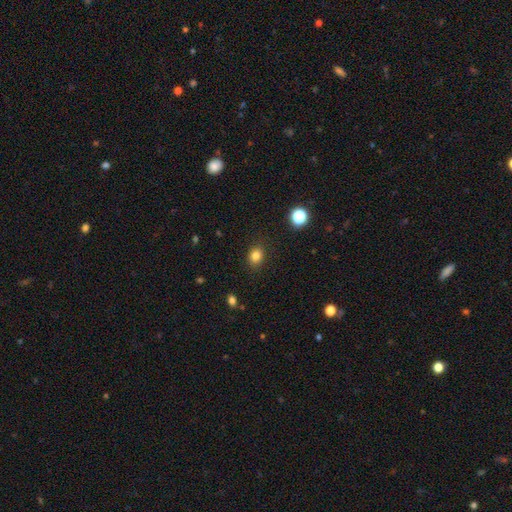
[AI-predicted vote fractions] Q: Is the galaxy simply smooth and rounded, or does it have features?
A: smooth — 82%.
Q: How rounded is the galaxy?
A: round — 54%.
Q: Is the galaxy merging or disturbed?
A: none — 87%.